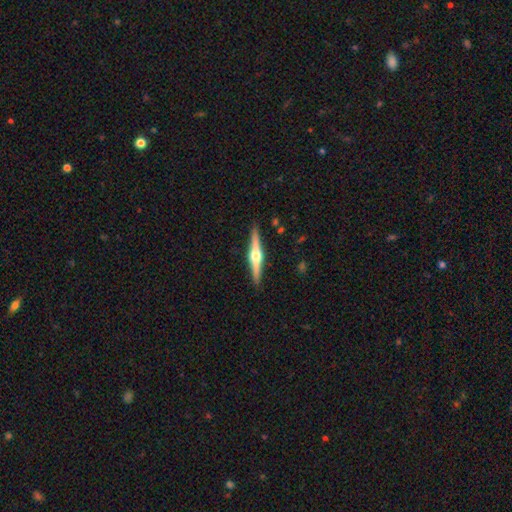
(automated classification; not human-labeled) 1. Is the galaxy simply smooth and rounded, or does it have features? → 77% featured or disk, 18% smooth, 5% star or artifact.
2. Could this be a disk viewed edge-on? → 98% yes, 2% no.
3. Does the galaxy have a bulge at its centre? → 94% rounded, 4% boxy, 2% none.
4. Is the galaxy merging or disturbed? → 90% none, 7% minor disturbance, 1% major disturbance, 1% merger.